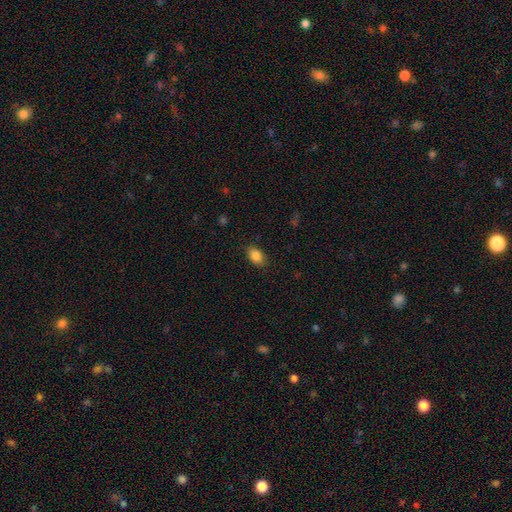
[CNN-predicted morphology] The model was most divided on "merging": none: 84%, minor disturbance: 12%, major disturbance: 3%, merger: 1%. More confident: how rounded — in between (86%); smooth or featured — smooth (86%).